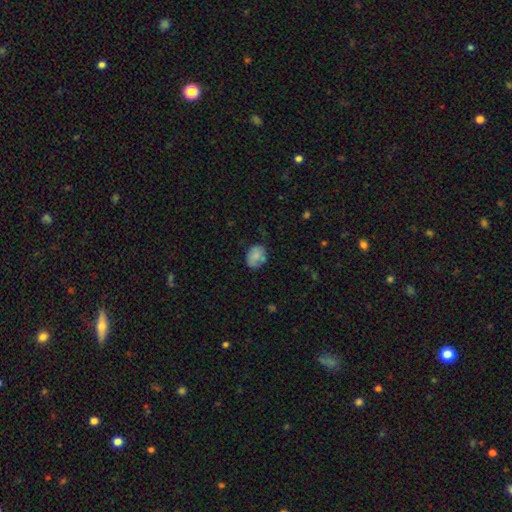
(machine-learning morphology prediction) Smooth or featured? smooth (77%)
How rounded? in between (65%)
Merging? none (62%)